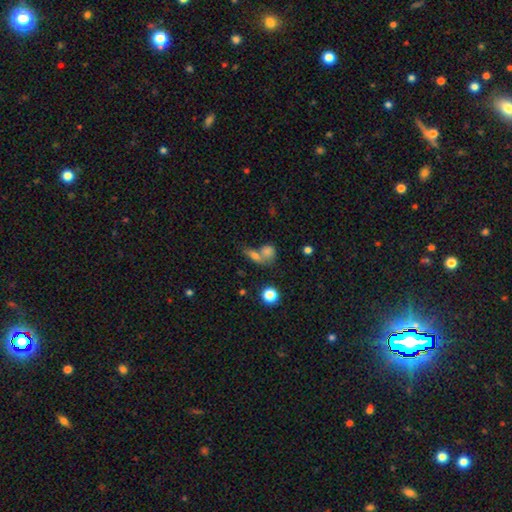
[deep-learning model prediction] Smooth or featured? Predicted: smooth (p=0.67). How rounded? Predicted: in between (p=0.50). Merging? Predicted: merger (p=0.48).